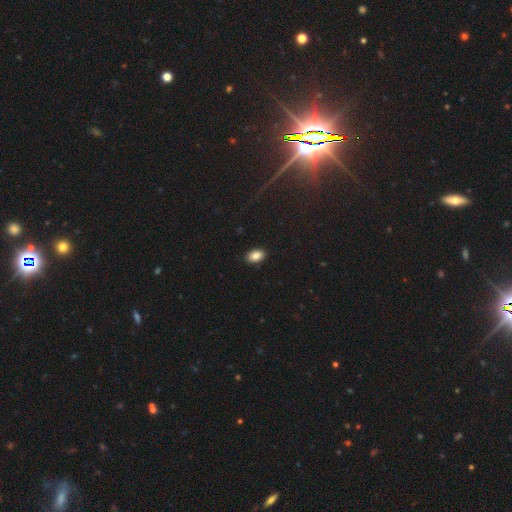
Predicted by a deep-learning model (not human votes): This is clearly a smooth galaxy (86%). How rounded: clearly in between (86%). Merging: clearly none (90%).